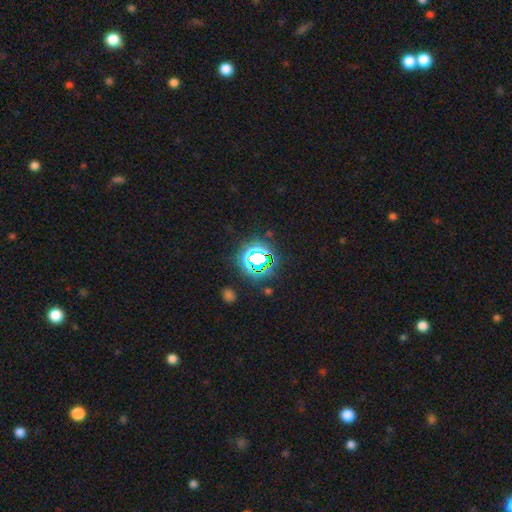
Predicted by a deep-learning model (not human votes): smooth_or_featured: star or artifact (p=0.73) [alt: smooth p=0.18]